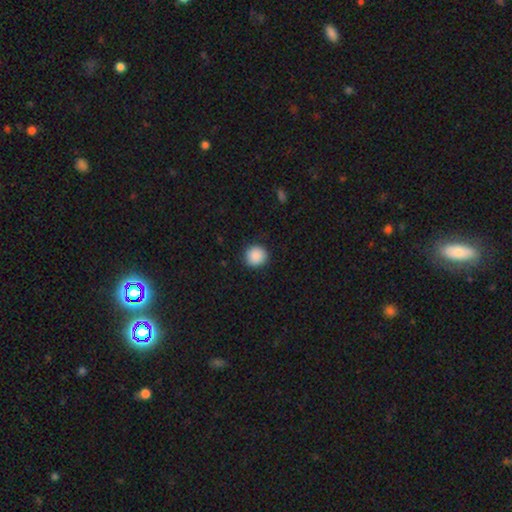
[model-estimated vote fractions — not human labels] Smooth or featured? smooth (89%)
How rounded? round (91%)
Merging? none (90%)